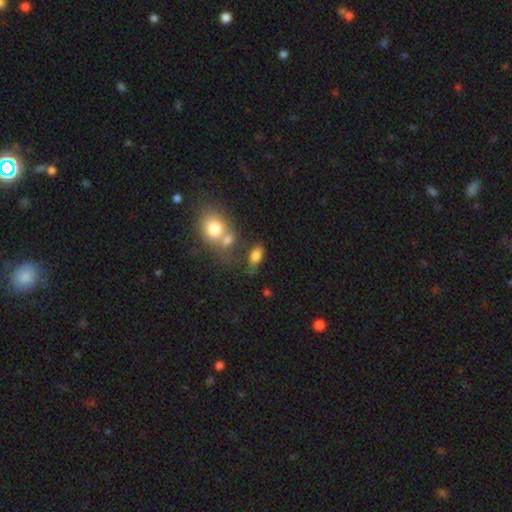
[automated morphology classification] Q: Smooth or featured?
A: smooth (79%); runner-up: featured or disk (11%)
Q: How rounded?
A: in between (86%); runner-up: round (9%)
Q: Merging?
A: none (50%); runner-up: merger (25%)